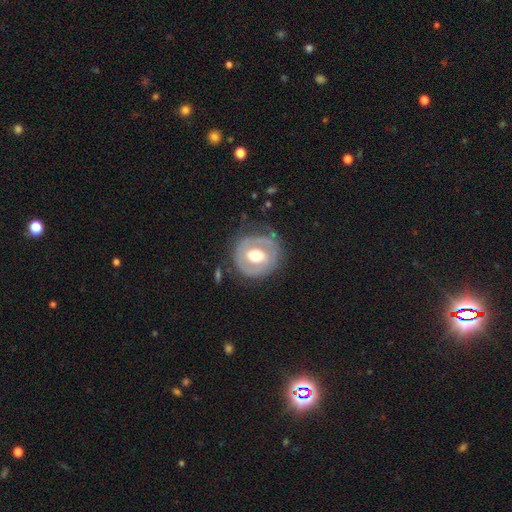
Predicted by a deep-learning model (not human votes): Smooth or featured? featured or disk (62%)
Edge-on disk? no (96%)
Bar? no (52%)
Spiral arms? no (60%)
Bulge size? moderate (64%)
Merging? none (71%)